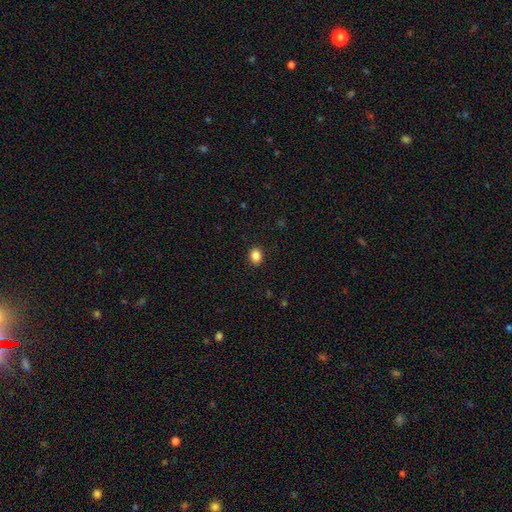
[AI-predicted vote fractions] smooth_or_featured: smooth (p=0.86) [alt: star or artifact p=0.10]
how_rounded: in between (p=0.51) [alt: round p=0.48]
merging: none (p=0.91) [alt: minor disturbance p=0.06]